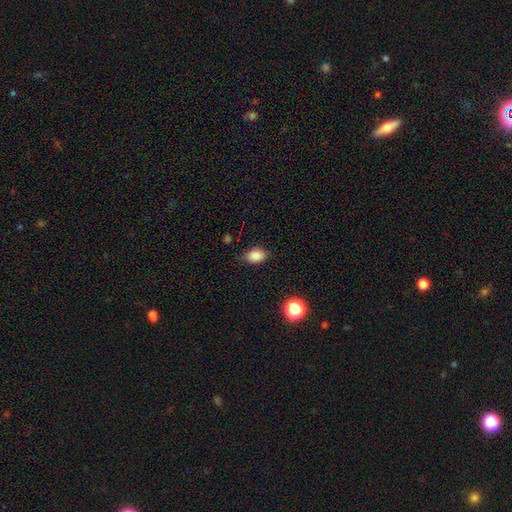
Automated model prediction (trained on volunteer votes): The model was most divided on "merging": none: 80%, minor disturbance: 16%, major disturbance: 3%, merger: 1%. More confident: smooth or featured — smooth (86%); how rounded — in between (83%).